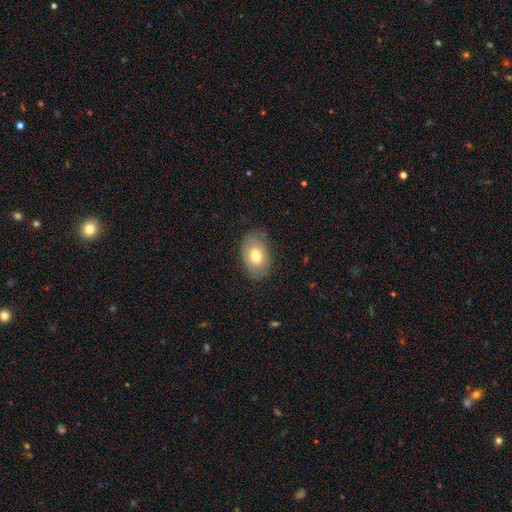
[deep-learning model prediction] Smooth or featured?
  - smooth: 70% *
  - featured or disk: 23%
  - star or artifact: 7%
How rounded?
  - in between: 85% *
  - round: 14%
  - cigar-shaped: 1%
Merging?
  - none: 80% *
  - minor disturbance: 15%
  - major disturbance: 4%
  - merger: 1%